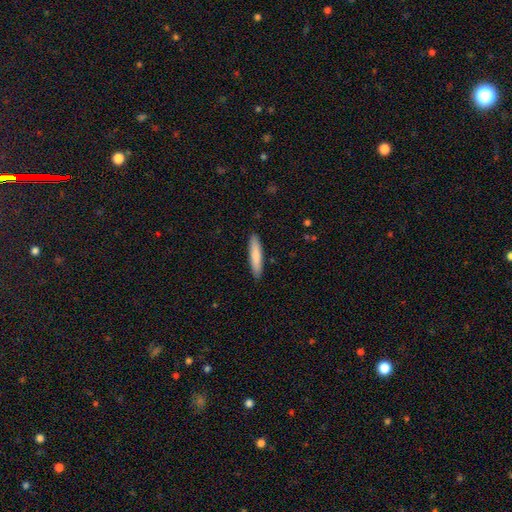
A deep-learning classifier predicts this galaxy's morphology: This appears to be a smooth galaxy with no disk features (82%) that is cigar-shaped (85%). Merging: none (90%).